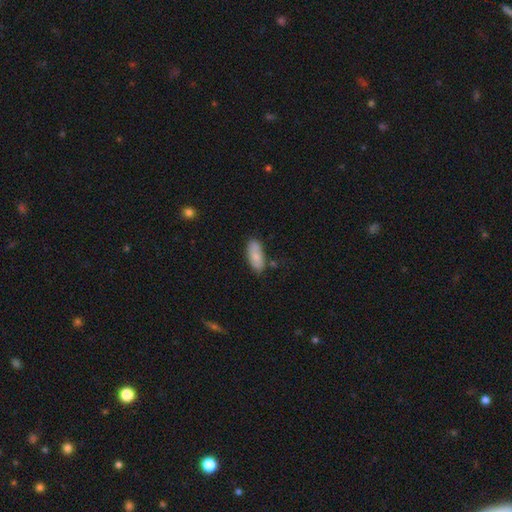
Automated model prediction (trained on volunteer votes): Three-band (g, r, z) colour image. It shows a smooth galaxy with no disk features (78%) that is in between round and cigar-shaped (83%). Merging: none (74%).